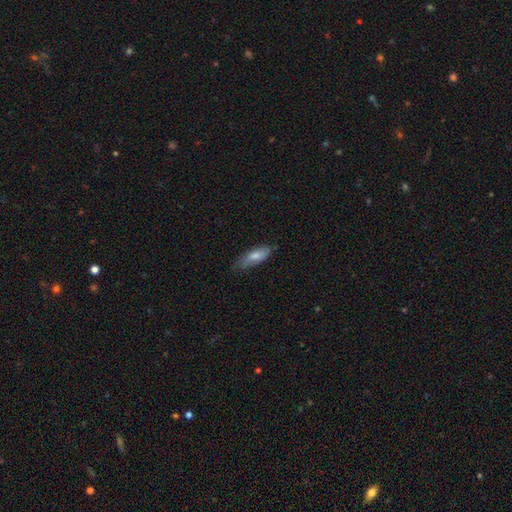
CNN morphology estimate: smooth 77%, featured or disk 17%, star or artifact 6%. Down the decision tree: how rounded — in between (68%); merging — none (58%).